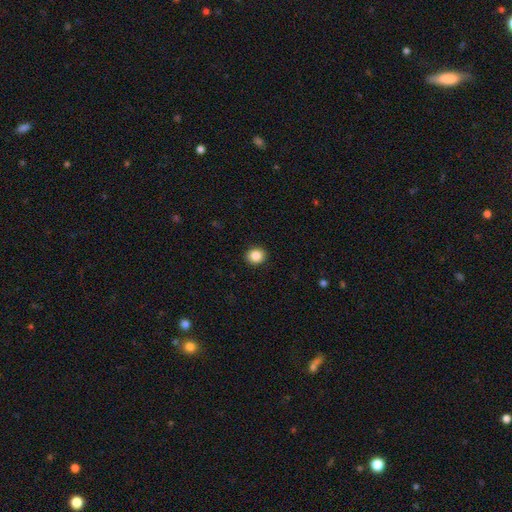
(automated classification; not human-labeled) Morphology: type=smooth (87%); roundness=round (79%); merging=none (92%).